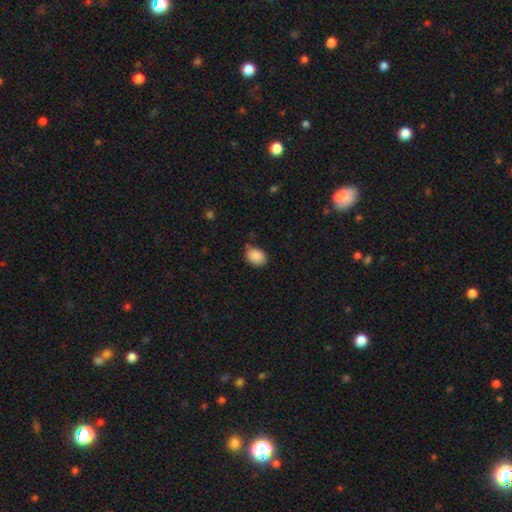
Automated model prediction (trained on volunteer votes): The model was most divided on "how rounded": in between: 69%, round: 30%, cigar-shaped: 1%. More confident: smooth or featured — smooth (88%); merging — none (69%).